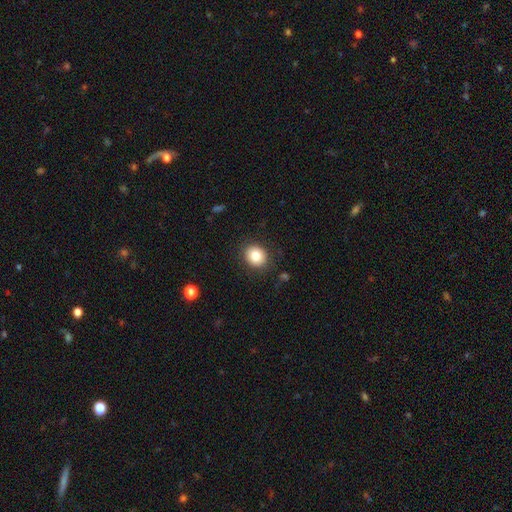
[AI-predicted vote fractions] A smooth galaxy with no disk features (82%) that is round (70%). Merging: none (88%).